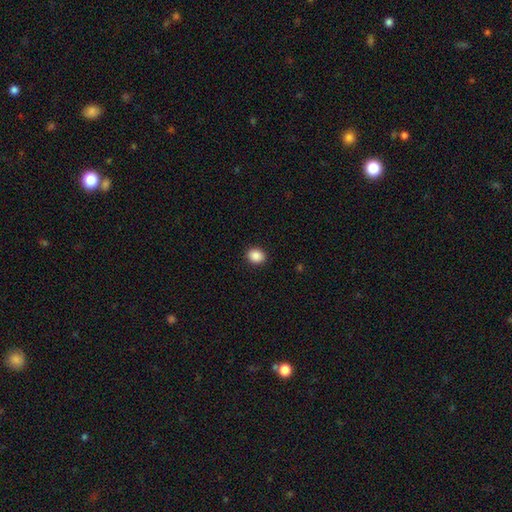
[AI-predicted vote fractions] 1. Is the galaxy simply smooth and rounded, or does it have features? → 88% smooth, 9% star or artifact, 3% featured or disk.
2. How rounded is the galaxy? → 59% round, 40% in between, 1% cigar-shaped.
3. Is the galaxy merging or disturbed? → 91% none, 6% minor disturbance, 2% major disturbance, 1% merger.